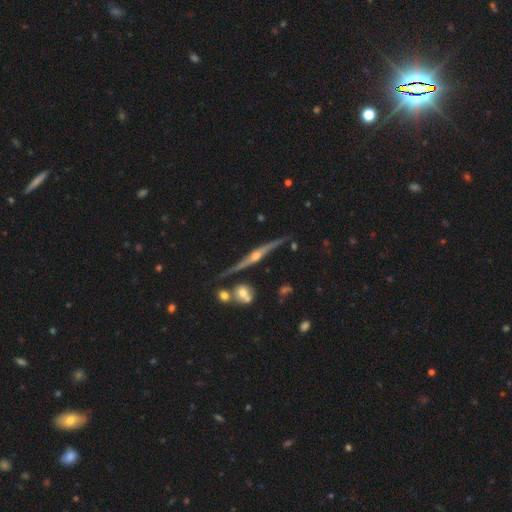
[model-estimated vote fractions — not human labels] This appears to be a featured or disk galaxy (87%) viewed edge-on (97%) with a rounded central bulge (93%). Merging: none (82%).